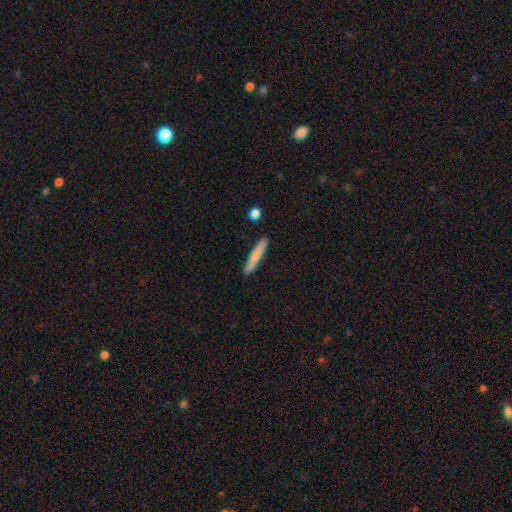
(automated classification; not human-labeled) This is likely a smooth galaxy (76%). How rounded: clearly cigar-shaped (93%). Merging: clearly none (88%).